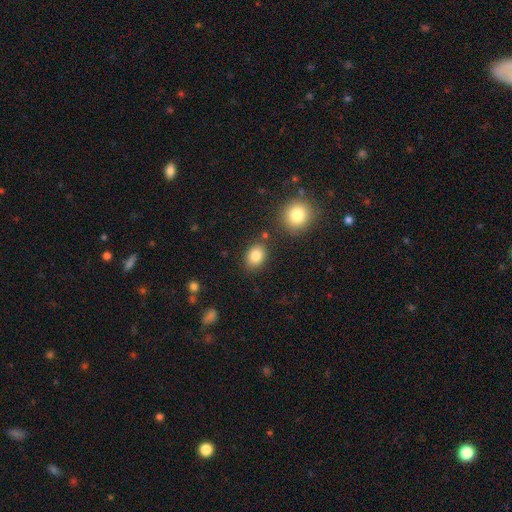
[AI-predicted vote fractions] Smooth or featured: smooth — 85% (star or artifact — 9%)
How rounded: in between — 68% (round — 31%)
Merging: none — 80% (minor disturbance — 11%)